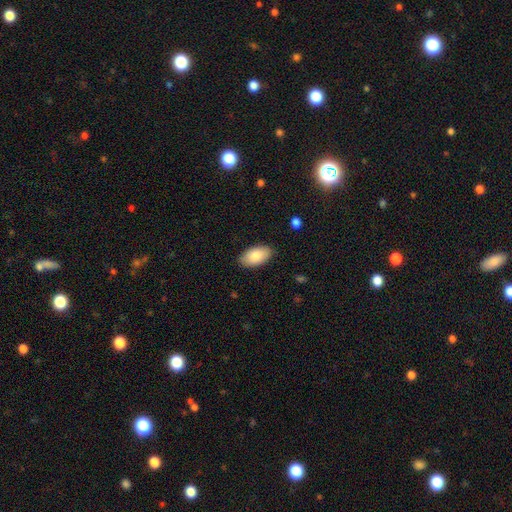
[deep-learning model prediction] A smooth galaxy with no disk features (83%) that is in between round and cigar-shaped (95%).

Vote fractions:
- Smooth or featured? smooth: 83% / featured or disk: 11% / star or artifact: 6%
- How rounded? in between: 95% / round: 3% / cigar-shaped: 2%
- Merging? none: 87% / minor disturbance: 10% / major disturbance: 2% / merger: 1%